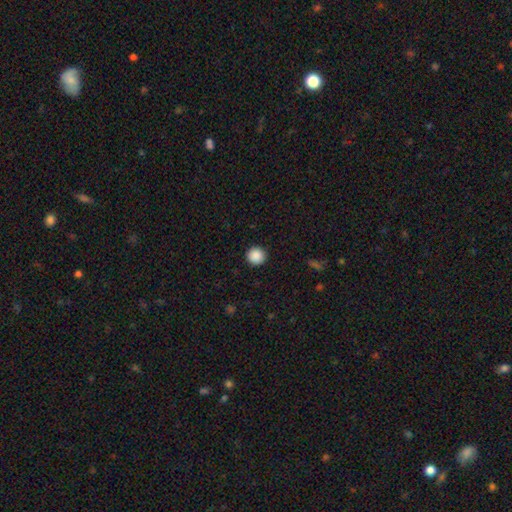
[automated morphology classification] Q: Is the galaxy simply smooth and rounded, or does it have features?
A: smooth — 89%.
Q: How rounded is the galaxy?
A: round — 95%.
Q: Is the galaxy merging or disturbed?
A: none — 93%.